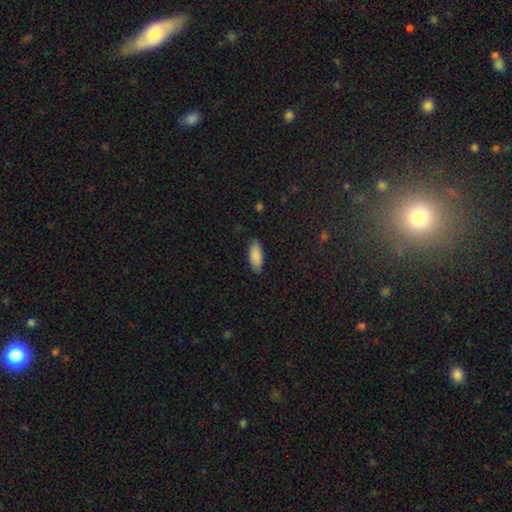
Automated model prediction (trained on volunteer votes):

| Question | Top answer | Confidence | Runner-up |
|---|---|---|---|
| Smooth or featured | smooth | 88% | star or artifact (6%) |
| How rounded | in between | 80% | cigar-shaped (18%) |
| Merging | none | 85% | minor disturbance (11%) |